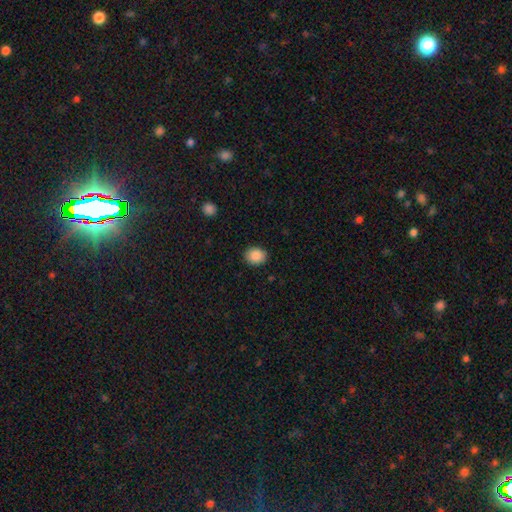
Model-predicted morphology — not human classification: This appears to be a smooth galaxy with no disk features (88%) that is round (61%). Merging: none (89%).